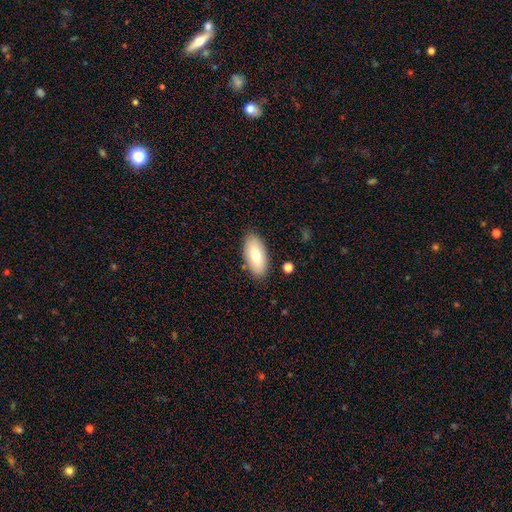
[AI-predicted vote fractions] This appears to be a smooth galaxy with no disk features (74%) that is in between round and cigar-shaped (90%). Merging: none (85%).